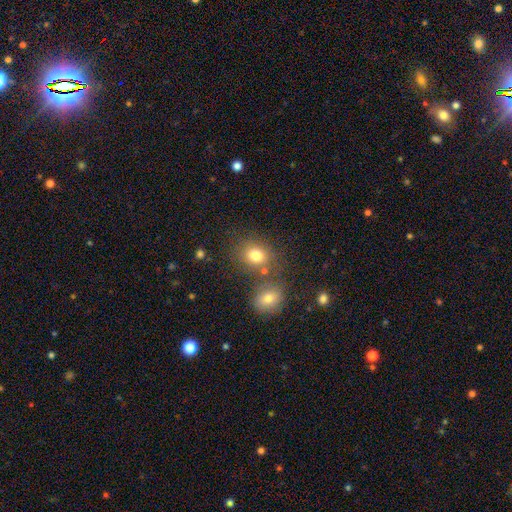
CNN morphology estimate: smooth-or-featured: smooth: 78% | star or artifact: 13% | featured or disk: 9%
  how-rounded: round: 62% | in between: 37% | cigar-shaped: 1%
  merging: none: 62% | merger: 22% | minor disturbance: 11% | major disturbance: 5%